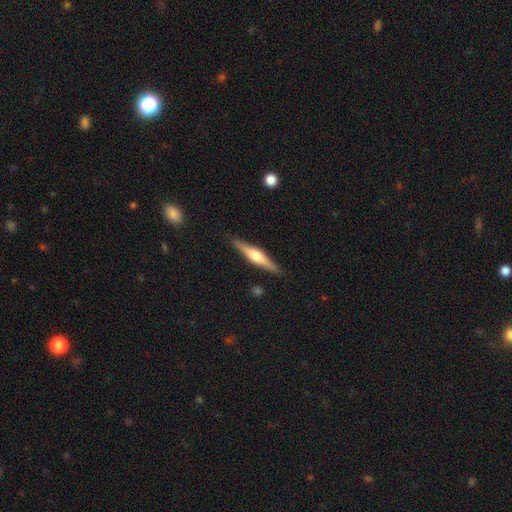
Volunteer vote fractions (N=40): smooth-or-featured: featured or disk: 62% | smooth: 38% | star or artifact: 0%
  disk-edge-on: yes: 100% | no: 0%
    edge-on-bulge: rounded: 96% | boxy: 4% | none: 0%
  merging: none: 90% | minor disturbance: 5% | major disturbance: 5% | merger: 0%